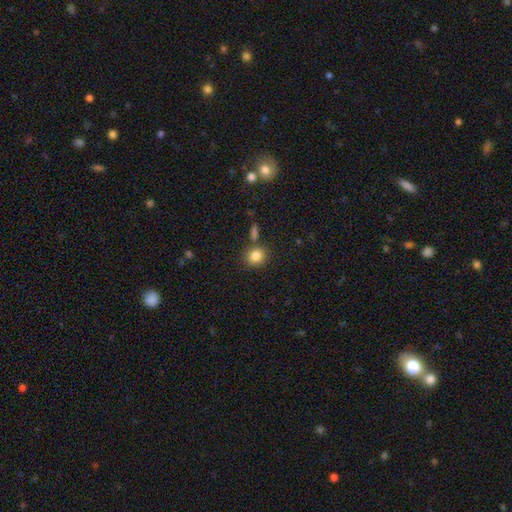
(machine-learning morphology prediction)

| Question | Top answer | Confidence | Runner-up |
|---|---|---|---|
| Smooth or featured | smooth | 85% | star or artifact (10%) |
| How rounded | round | 75% | in between (24%) |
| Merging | none | 76% | merger (11%) |